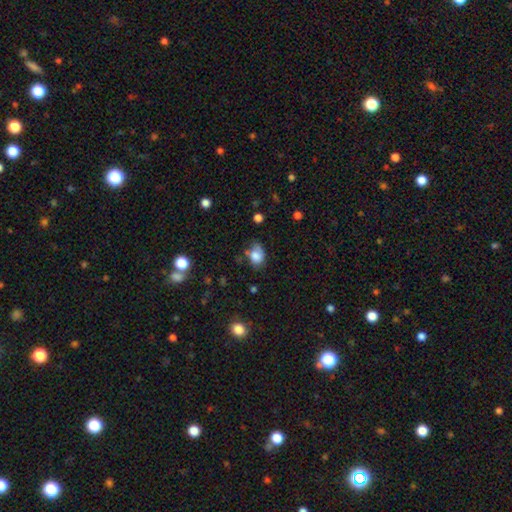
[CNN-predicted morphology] A smooth galaxy with no disk features (77%) that is in between round and cigar-shaped (69%).

Vote fractions:
- Smooth or featured? smooth: 77% / featured or disk: 13% / star or artifact: 10%
- How rounded? in between: 69% / round: 30% / cigar-shaped: 1%
- Merging? none: 46% / minor disturbance: 33% / major disturbance: 12% / merger: 8%